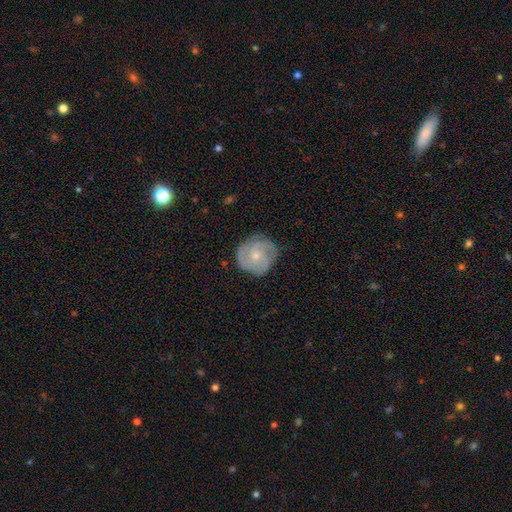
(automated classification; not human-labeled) smooth_or_featured: featured or disk (p=0.65) [alt: smooth p=0.29]
disk_edge_on: no (p=0.98) [alt: yes p=0.02]
bar: no (p=0.75) [alt: weak p=0.21]
has_spiral_arms: yes (p=0.88) [alt: no p=0.12]
spiral_winding: tight (p=0.51) [alt: medium p=0.38]
spiral_arm_count: 3 (p=0.37) [alt: 2 p=0.25]
bulge_size: small (p=0.56) [alt: moderate p=0.39]
merging: none (p=0.75) [alt: minor disturbance p=0.19]